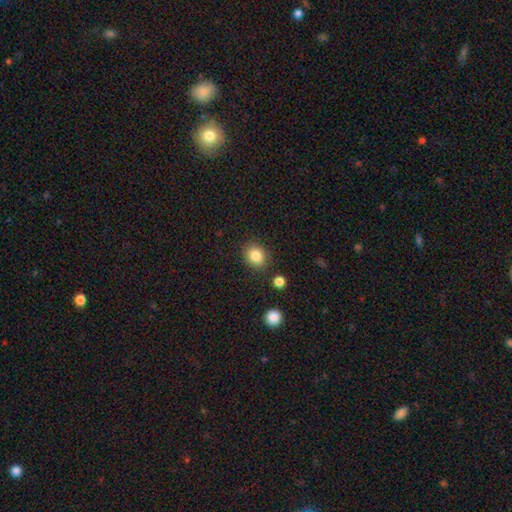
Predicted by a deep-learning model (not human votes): smooth 84%, star or artifact 10%, featured or disk 6%. Down the decision tree: how rounded — round (62%); merging — none (85%).